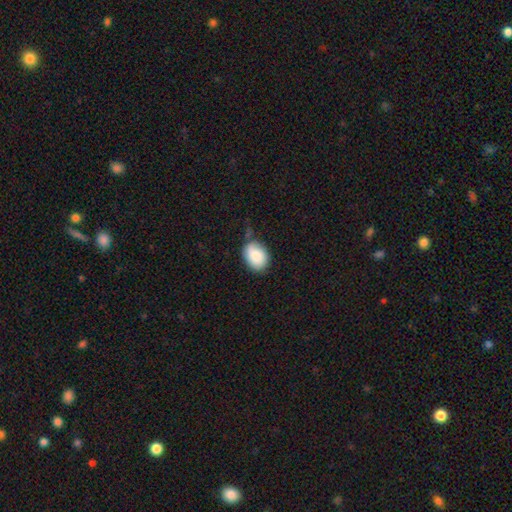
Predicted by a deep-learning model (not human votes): Overall: smooth (86%). How rounded: in between (73%). Merging: none (67%).